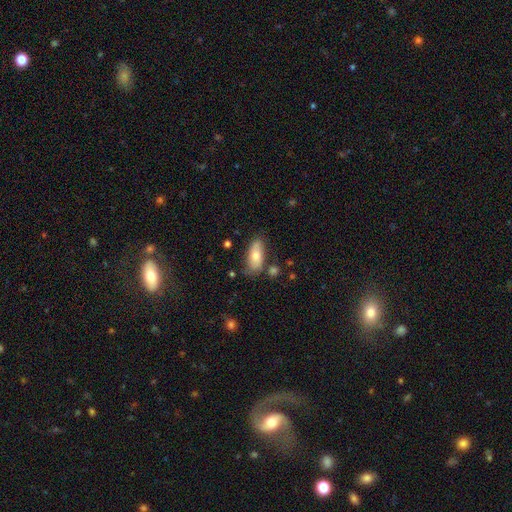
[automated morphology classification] A smooth galaxy with no disk features (69%) that is in between round and cigar-shaped (84%). Merging: none (72%).